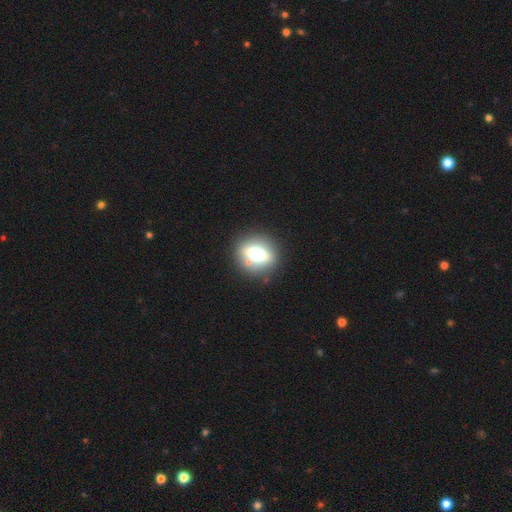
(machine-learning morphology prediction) Smooth or featured? featured or disk (44%)
Merging? none (86%)